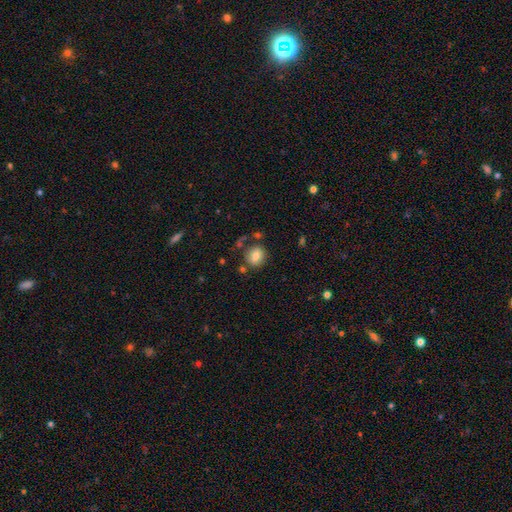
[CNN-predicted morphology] A smooth galaxy with no disk features (80%) that is round (72%).

Vote fractions:
- Smooth or featured? smooth: 80% / featured or disk: 11% / star or artifact: 10%
- How rounded? round: 72% / in between: 27% / cigar-shaped: 1%
- Merging? none: 77% / minor disturbance: 12% / merger: 7% / major disturbance: 4%